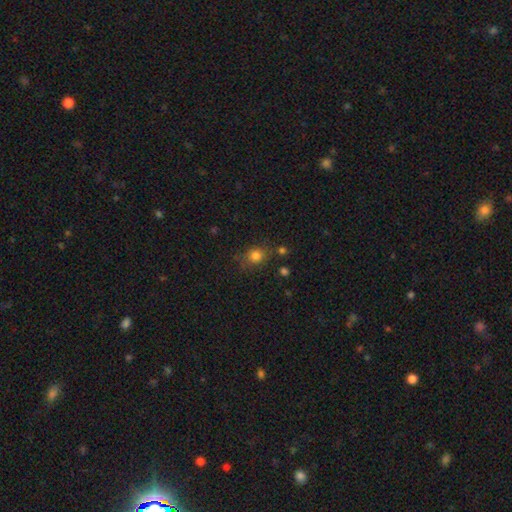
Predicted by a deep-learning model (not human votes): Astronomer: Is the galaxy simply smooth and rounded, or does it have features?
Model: smooth — 80%.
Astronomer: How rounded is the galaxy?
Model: round — 69%.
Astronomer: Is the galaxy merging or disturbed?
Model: none — 73%.